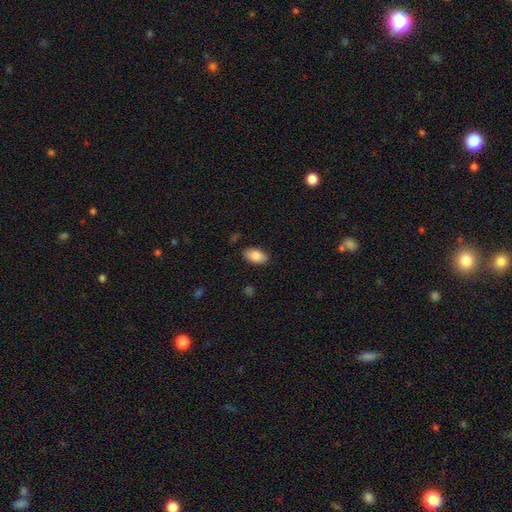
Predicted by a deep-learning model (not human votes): Q: Smooth or featured?
A: smooth (84%); runner-up: featured or disk (9%)
Q: How rounded?
A: in between (93%); runner-up: round (5%)
Q: Merging?
A: none (86%); runner-up: minor disturbance (10%)